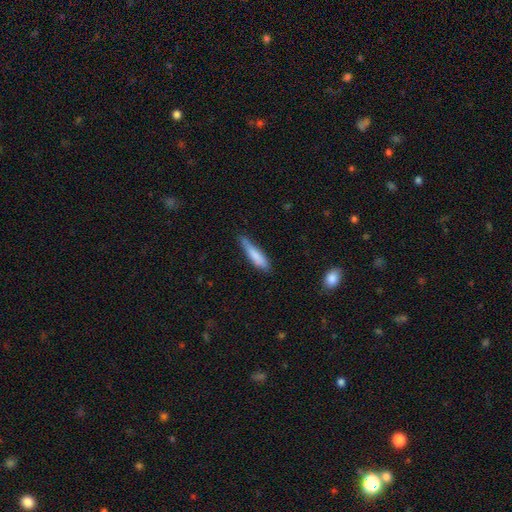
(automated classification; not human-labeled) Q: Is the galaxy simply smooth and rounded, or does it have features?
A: smooth — 79%.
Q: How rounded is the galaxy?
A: cigar-shaped — 80%.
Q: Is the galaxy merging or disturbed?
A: none — 65%.